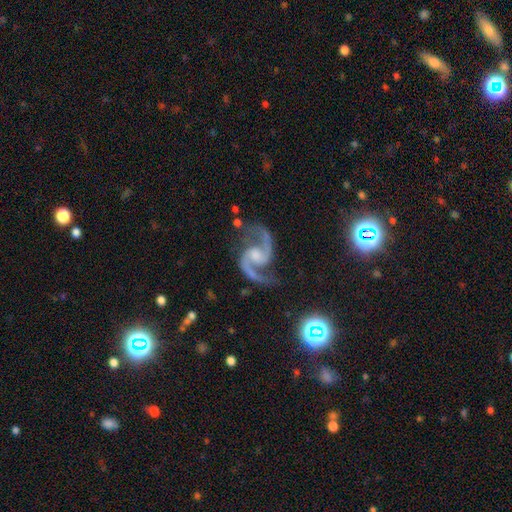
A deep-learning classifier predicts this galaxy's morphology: Smooth or featured? Predicted: featured or disk (p=0.93). Edge-on disk? Predicted: no (p=0.98). Bar? Predicted: no (p=0.47). Spiral arms? Predicted: yes (p=0.99). Spiral winding? Predicted: medium (p=0.59). Spiral arm count? Predicted: 2 (p=0.95). Bulge size? Predicted: small (p=0.37). Merging? Predicted: none (p=0.77).